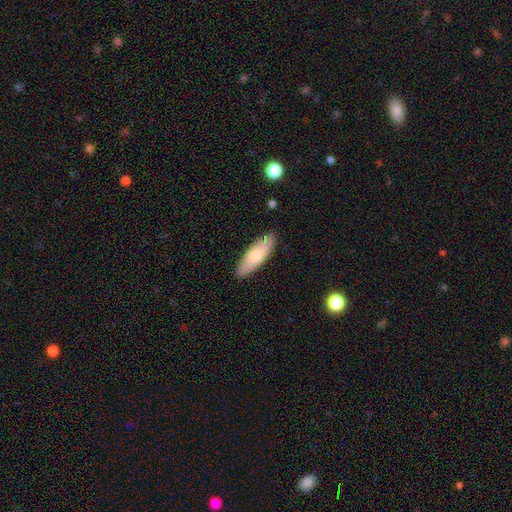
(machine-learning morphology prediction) smooth 68%, featured or disk 26%, star or artifact 6%. Down the decision tree: how rounded — in between (58%); merging — none (84%).